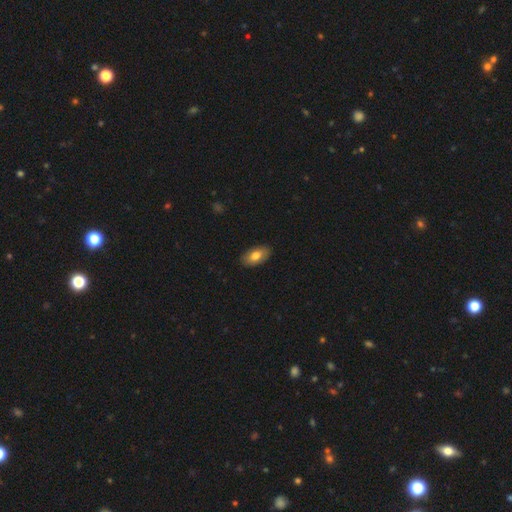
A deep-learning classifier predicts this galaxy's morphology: Smooth or featured: smooth — 76% (featured or disk — 17%)
How rounded: in between — 93% (round — 4%)
Merging: none — 88% (minor disturbance — 9%)